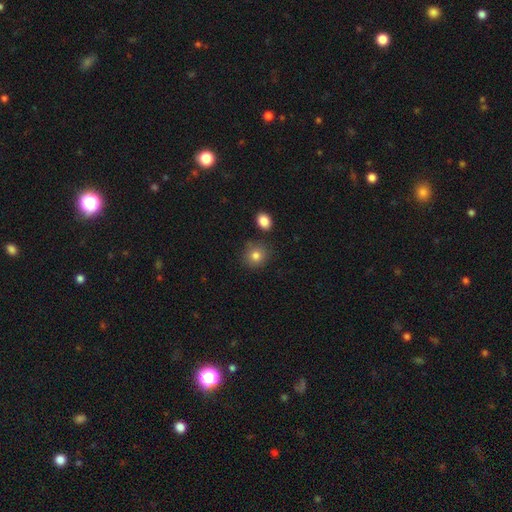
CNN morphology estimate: A smooth galaxy with no disk features (83%) that is round (84%). Merging: none (81%).